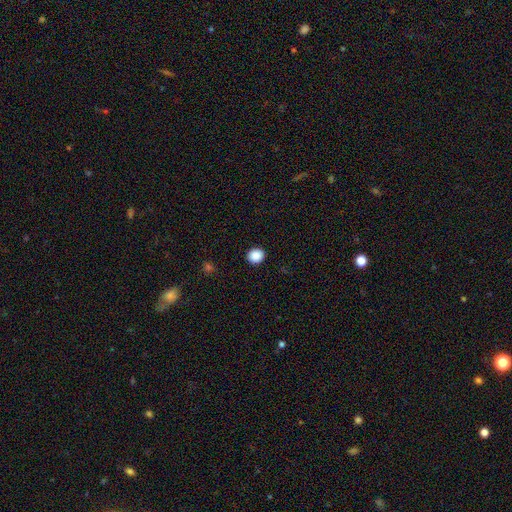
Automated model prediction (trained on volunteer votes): This is clearly a smooth galaxy (89%). How rounded: clearly round (84%). Merging: clearly none (92%).